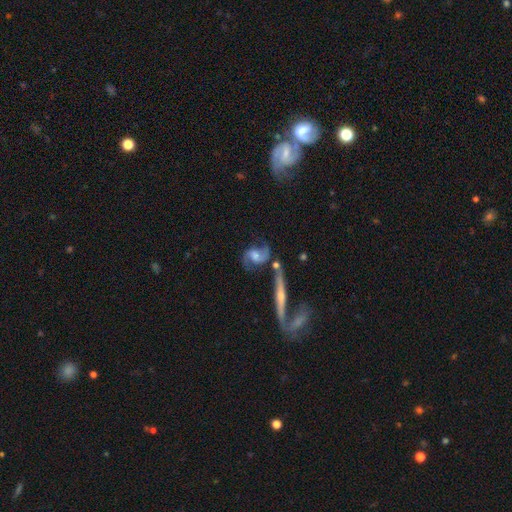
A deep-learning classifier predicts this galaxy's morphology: Q: Smooth or featured?
A: featured or disk (82%); runner-up: smooth (12%)
Q: Edge-on disk?
A: no (93%); runner-up: yes (7%)
Q: Bar?
A: no (49%); runner-up: weak (40%)
Q: Spiral arms?
A: yes (95%); runner-up: no (5%)
Q: Spiral winding?
A: loose (46%); runner-up: medium (43%)
Q: Spiral arm count?
A: 2 (92%); runner-up: can't tell (3%)
Q: Bulge size?
A: moderate (52%); runner-up: small (22%)
Q: Merging?
A: none (58%); runner-up: minor disturbance (18%)